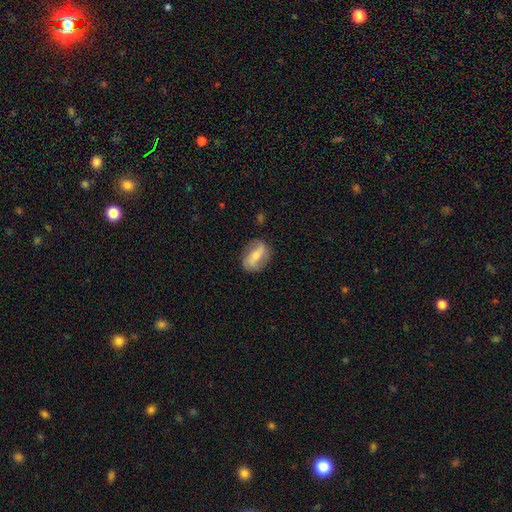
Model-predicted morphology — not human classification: Smooth or featured? Predicted: featured or disk (p=0.59). Edge-on disk? Predicted: no (p=0.93). Bar? Predicted: strong (p=0.40). Spiral arms? Predicted: yes (p=0.83). Bulge size? Predicted: small (p=0.50). Merging? Predicted: none (p=0.74).